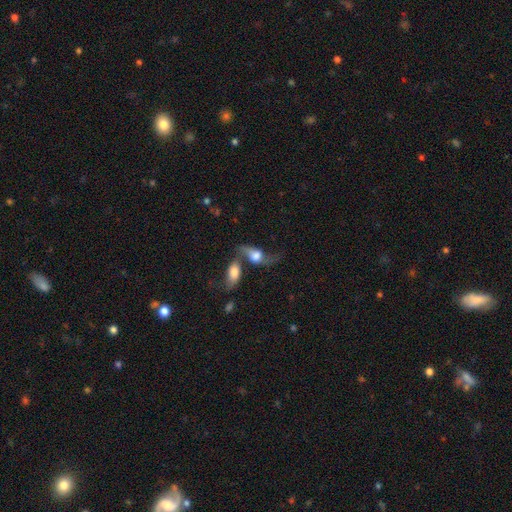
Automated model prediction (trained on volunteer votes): The model was most divided on "merging": merger: 50%, none: 26%, minor disturbance: 12%, major disturbance: 12%. More confident: edge-on disk — no (79%); smooth or featured — featured or disk (57%).